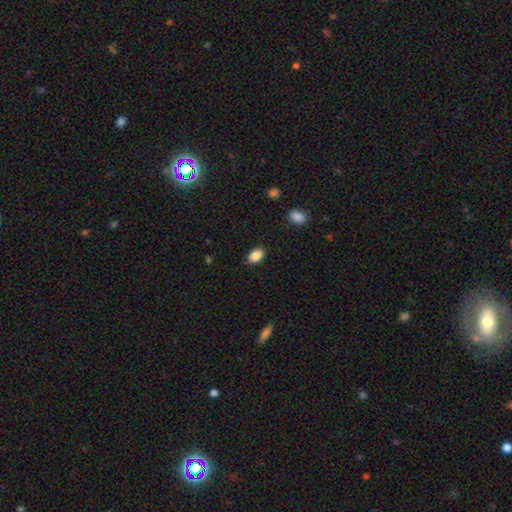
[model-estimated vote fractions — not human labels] A smooth galaxy with no disk features (88%) that is in between round and cigar-shaped (89%). Merging: none (86%).